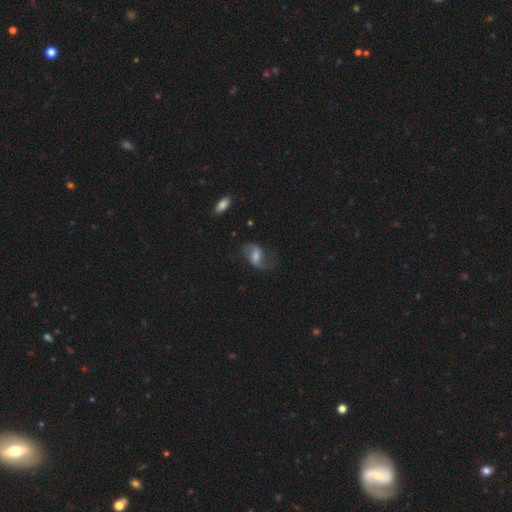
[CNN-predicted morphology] Smooth or featured?
  - featured or disk: 69% *
  - smooth: 22%
  - star or artifact: 9%
Edge-on disk?
  - no: 96% *
  - yes: 4%
Bar?
  - weak: 49% *
  - strong: 26%
  - no: 25%
Spiral arms?
  - yes: 91% *
  - no: 9%
Spiral winding?
  - loose: 70% *
  - medium: 24%
  - tight: 5%
Spiral arm count?
  - 2: 85% *
  - 1: 8%
  - can't tell: 4%
  - 3: 1%
  - 4: 1%
  - more than 4: 1%
Bulge size?
  - moderate: 38% *
  - small: 33%
  - none: 15%
  - large: 12%
  - dominant: 2%
Merging?
  - none: 62% *
  - minor disturbance: 19%
  - major disturbance: 16%
  - merger: 2%